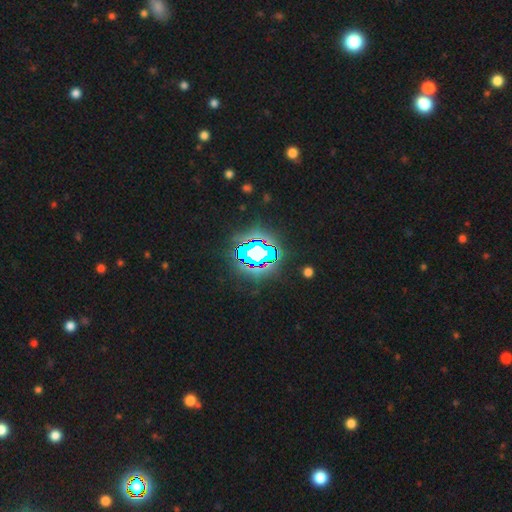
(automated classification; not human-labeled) This is likely a star or artifact rather than a galaxy (71%).